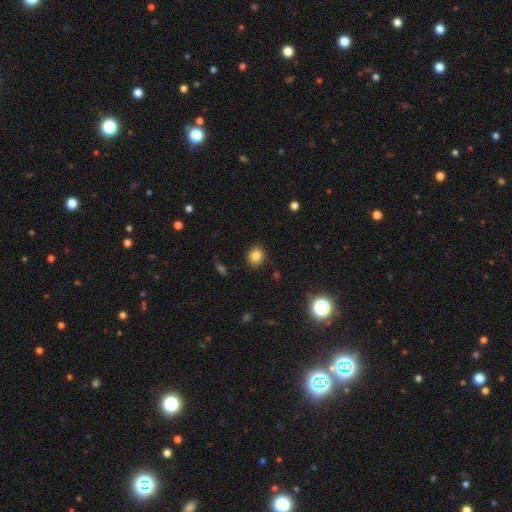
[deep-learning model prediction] This is clearly a smooth galaxy (83%). How rounded: likely round (66%). Merging: clearly none (88%).